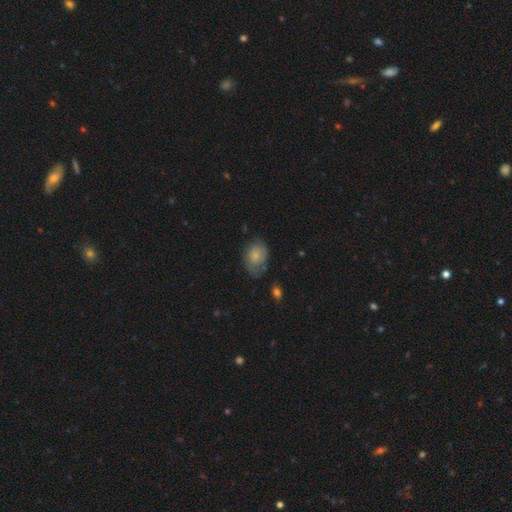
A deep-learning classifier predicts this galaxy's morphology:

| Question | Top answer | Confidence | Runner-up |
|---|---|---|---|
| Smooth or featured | smooth | 60% | featured or disk (32%) |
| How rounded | in between | 76% | round (23%) |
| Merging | none | 57% | minor disturbance (30%) |